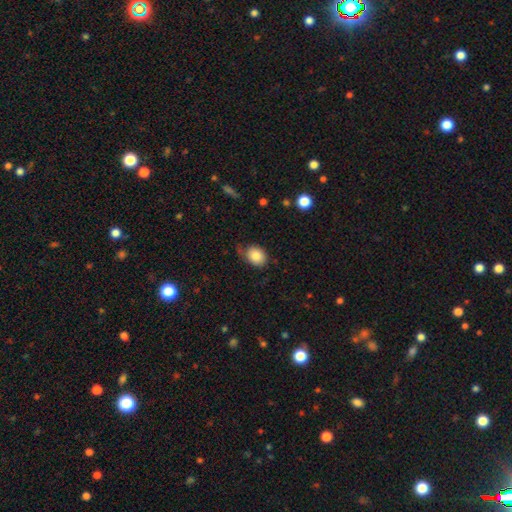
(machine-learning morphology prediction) Smooth or featured: smooth — 82% (featured or disk — 9%)
How rounded: in between — 57% (round — 42%)
Merging: none — 60% (minor disturbance — 28%)